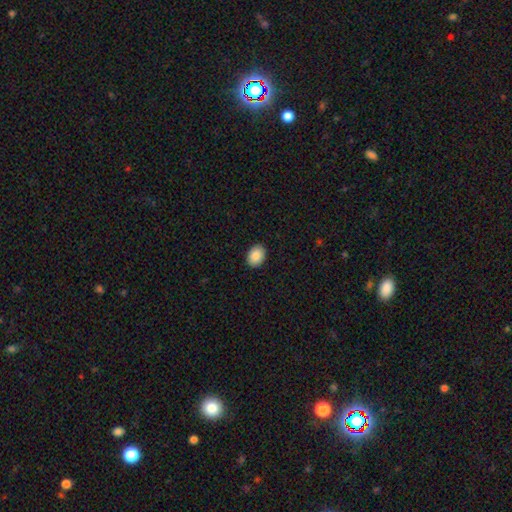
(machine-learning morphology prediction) smooth 89%, star or artifact 7%, featured or disk 4%. Down the decision tree: how rounded — in between (69%); merging — none (90%).